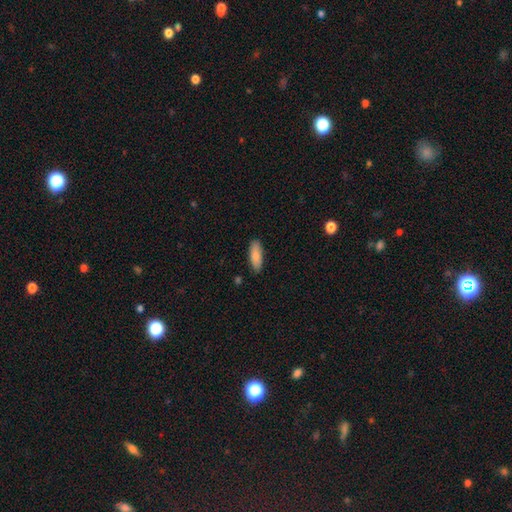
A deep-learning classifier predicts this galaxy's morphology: This is clearly a smooth galaxy (84%). How rounded: likely in between (66%). Merging: clearly none (86%).